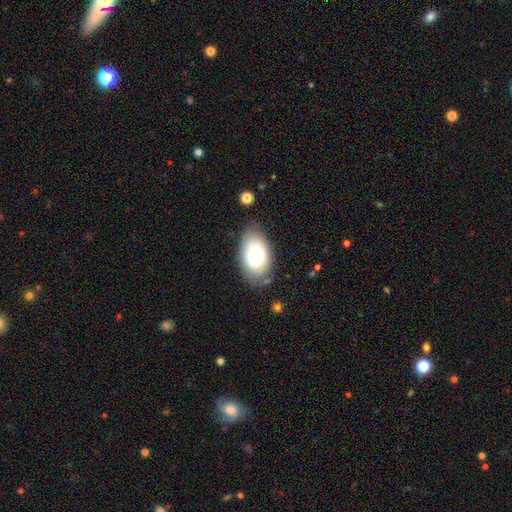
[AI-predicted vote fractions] Overall: smooth (54%; featured or disk 38%). How rounded: in between (91%). Merging: none (67%).